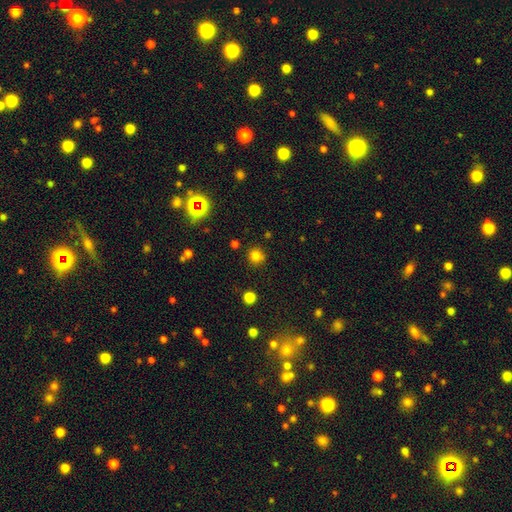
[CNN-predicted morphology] Smooth or featured: smooth — 78% (star or artifact — 17%)
How rounded: round — 91% (in between — 8%)
Merging: none — 85% (minor disturbance — 9%)